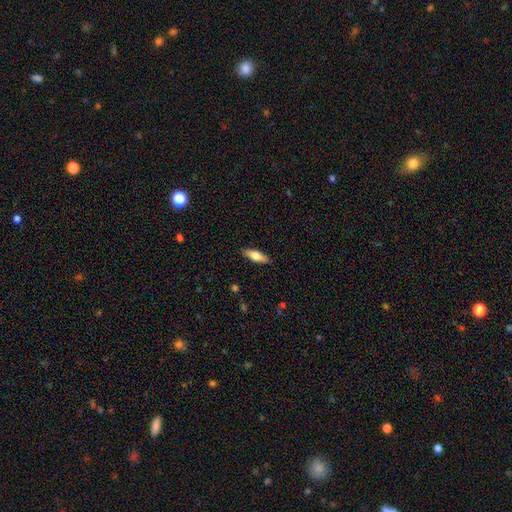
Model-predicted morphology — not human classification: type=smooth (66%); roundness=in between (53%); merging=none (88%).